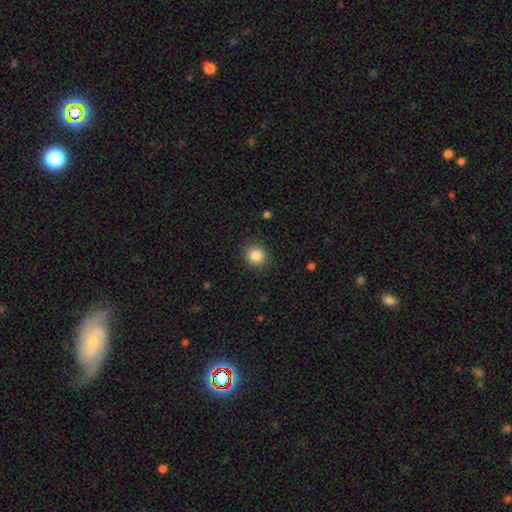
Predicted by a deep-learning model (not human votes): smooth 86%, star or artifact 10%, featured or disk 4%. Down the decision tree: how rounded — round (89%); merging — none (90%).